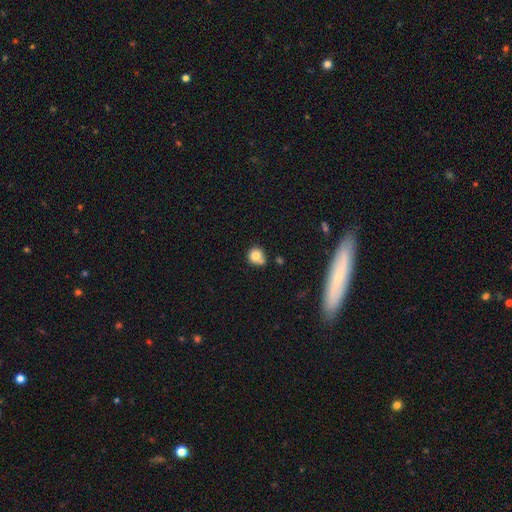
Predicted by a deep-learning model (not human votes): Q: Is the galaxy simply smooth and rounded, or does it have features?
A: smooth — 78%.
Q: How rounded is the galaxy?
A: round — 85%.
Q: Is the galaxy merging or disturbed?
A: none — 55%.